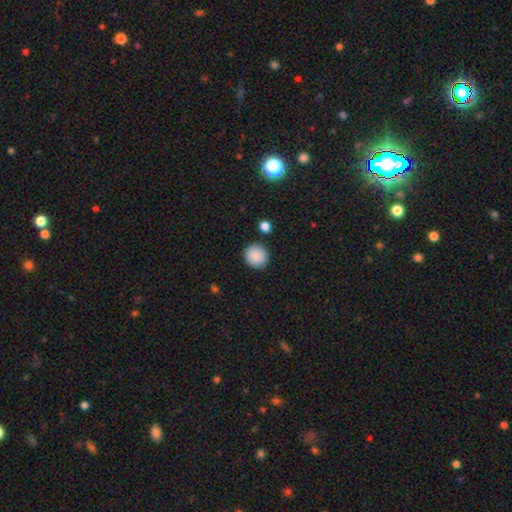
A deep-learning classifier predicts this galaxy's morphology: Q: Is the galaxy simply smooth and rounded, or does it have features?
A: smooth — 89%.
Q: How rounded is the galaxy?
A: round — 91%.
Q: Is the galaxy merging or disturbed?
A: none — 89%.